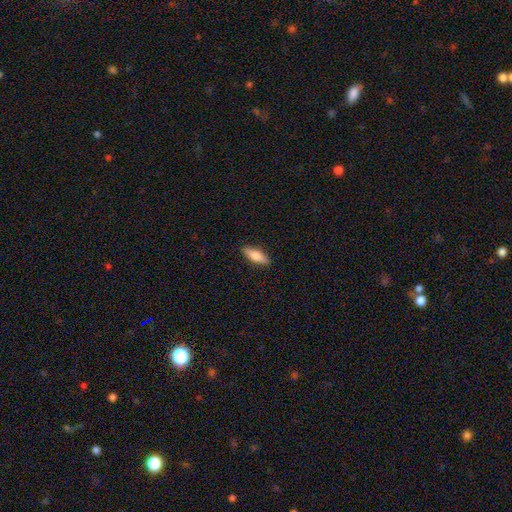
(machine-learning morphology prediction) Smooth or featured? Predicted: smooth (p=0.73). How rounded? Predicted: in between (p=0.56). Merging? Predicted: none (p=0.88).